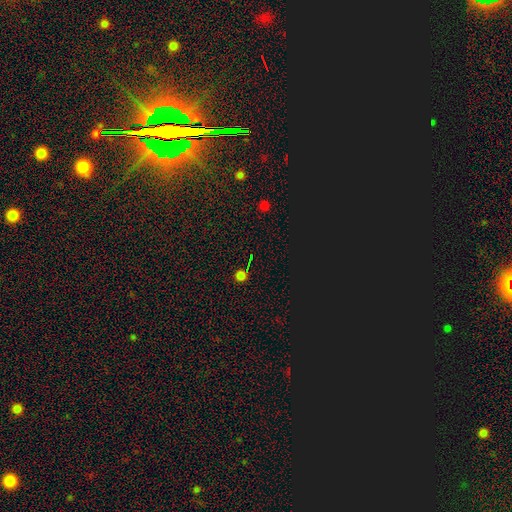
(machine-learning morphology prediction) smooth_or_featured: star or artifact (p=0.66) [alt: smooth p=0.28]